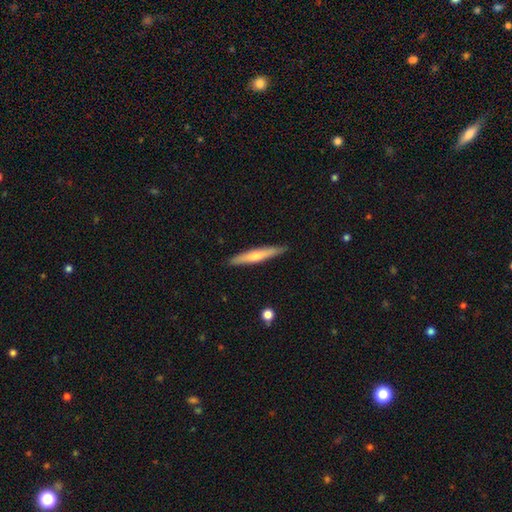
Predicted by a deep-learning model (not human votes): Smooth or featured? Predicted: smooth (p=0.51). How rounded? Predicted: cigar-shaped (p=0.93). Merging? Predicted: none (p=0.90).